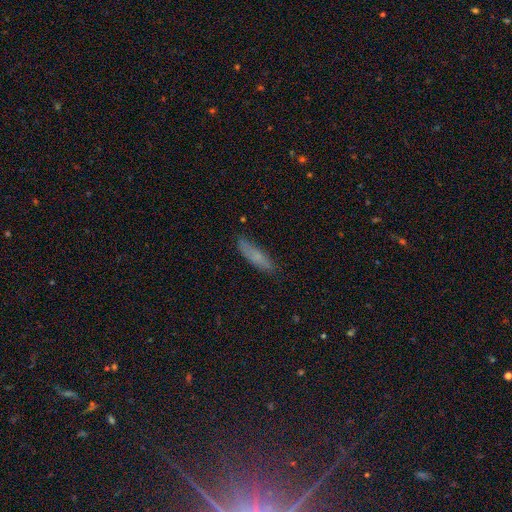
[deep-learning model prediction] This appears to be a smooth galaxy with no disk features (74%) that is cigar-shaped (72%). Merging: none (81%).